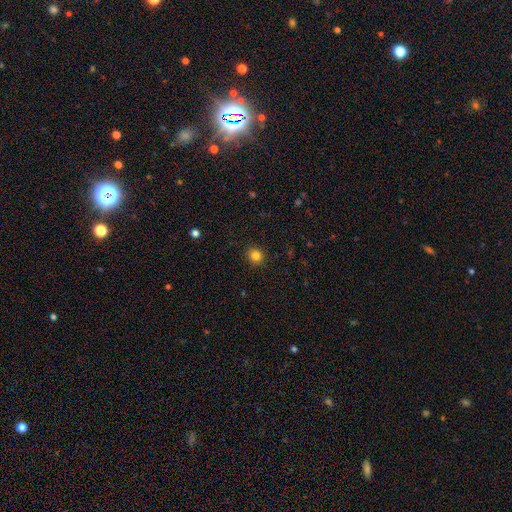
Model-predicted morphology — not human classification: Smooth or featured?
  - smooth: 82% *
  - star or artifact: 13%
  - featured or disk: 5%
How rounded?
  - round: 88% *
  - in between: 11%
  - cigar-shaped: 1%
Merging?
  - none: 91% *
  - minor disturbance: 6%
  - major disturbance: 2%
  - merger: 1%